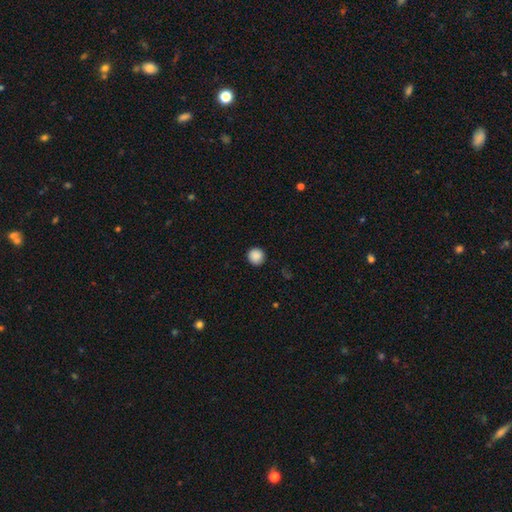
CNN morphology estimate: Q: Smooth or featured?
A: smooth (88%); runner-up: star or artifact (9%)
Q: How rounded?
A: round (95%); runner-up: in between (4%)
Q: Merging?
A: none (92%); runner-up: minor disturbance (5%)